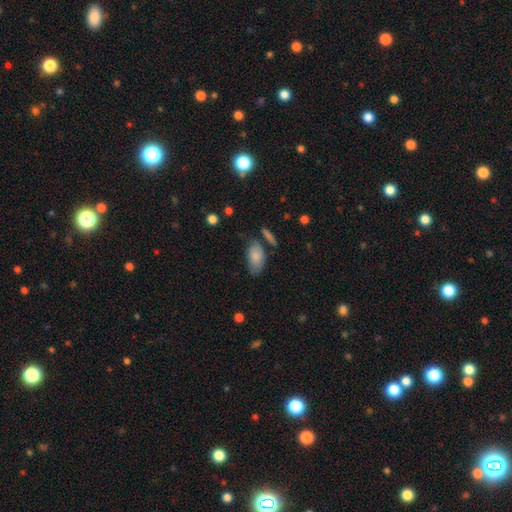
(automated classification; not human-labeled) This appears to be a smooth galaxy with no disk features (83%) that is in between round and cigar-shaped (92%). Merging: none (62%).